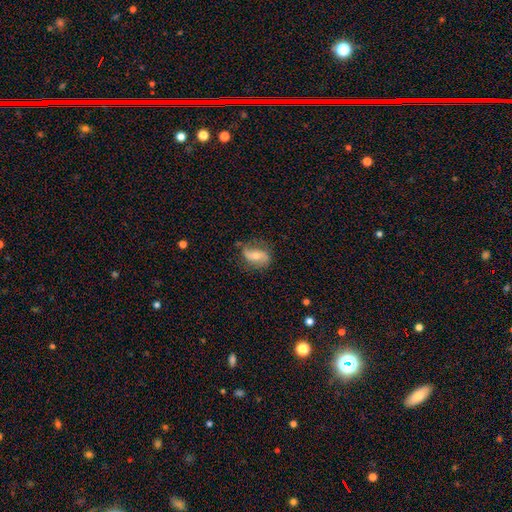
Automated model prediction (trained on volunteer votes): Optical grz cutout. It shows a featured or disk galaxy (63%) with no bar (46%), 2 (88%) loose (63%) spiral arms (87%) and a moderate central bulge (56%). Merging: none (69%).